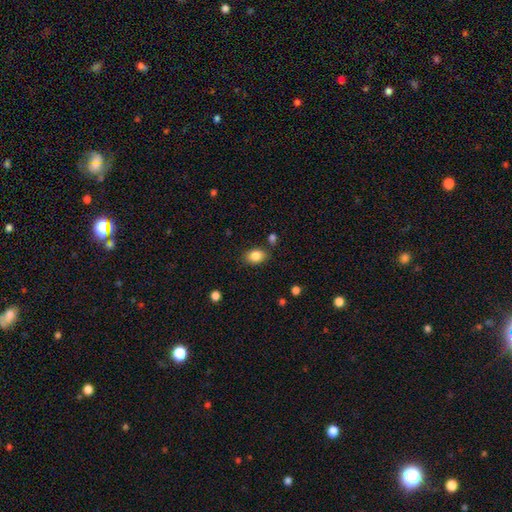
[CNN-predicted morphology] smooth-or-featured: smooth: 86% | star or artifact: 9% | featured or disk: 6%
  how-rounded: in between: 76% | round: 23% | cigar-shaped: 1%
  merging: none: 79% | minor disturbance: 14% | merger: 4% | major disturbance: 3%